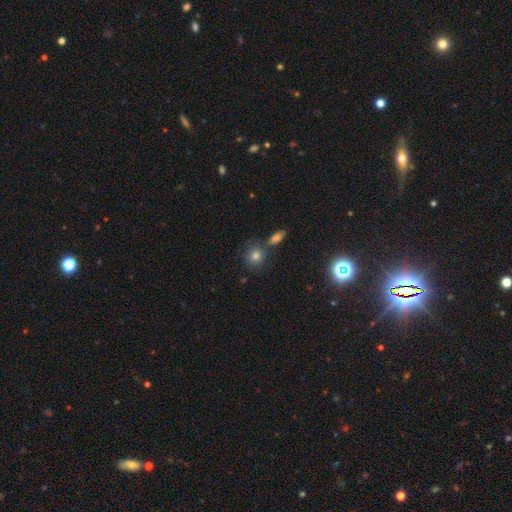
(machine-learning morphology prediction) A smooth galaxy with no disk features (70%) that is round (82%).

Vote fractions:
- Smooth or featured? smooth: 70% / star or artifact: 19% / featured or disk: 12%
- How rounded? round: 82% / in between: 16% / cigar-shaped: 2%
- Merging? none: 67% / merger: 17% / minor disturbance: 11% / major disturbance: 4%